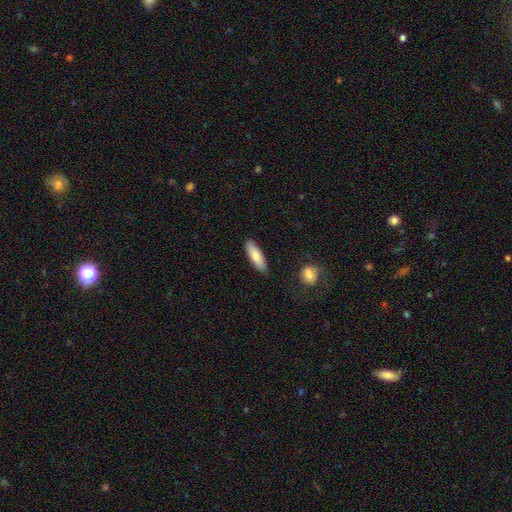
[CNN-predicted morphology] Smooth or featured? Predicted: smooth (p=0.78). How rounded? Predicted: in between (p=0.52). Merging? Predicted: none (p=0.86).